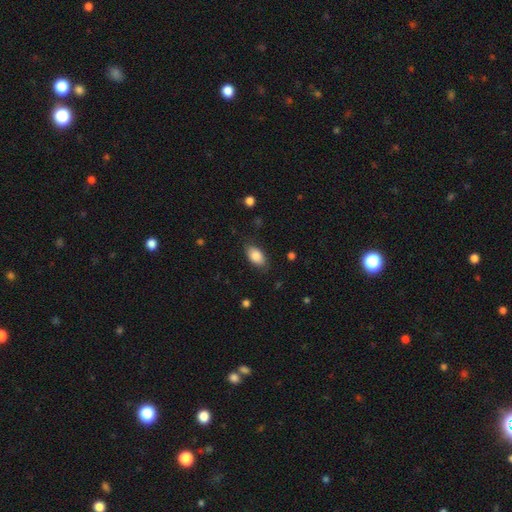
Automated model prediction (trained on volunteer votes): A smooth galaxy with no disk features (84%) that is in between round and cigar-shaped (92%).

Vote fractions:
- Smooth or featured? smooth: 84% / featured or disk: 8% / star or artifact: 7%
- How rounded? in between: 92% / round: 6% / cigar-shaped: 2%
- Merging? none: 81% / minor disturbance: 14% / major disturbance: 4% / merger: 1%